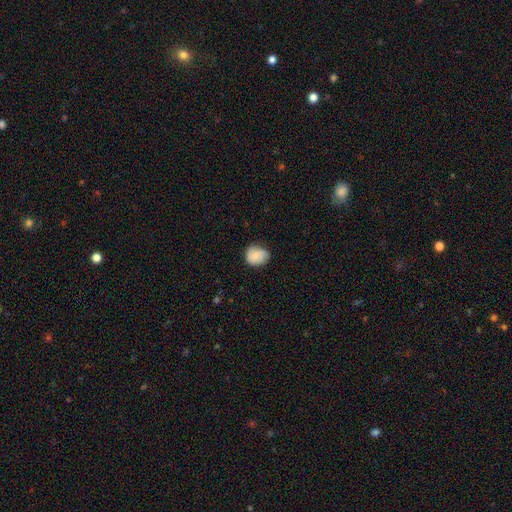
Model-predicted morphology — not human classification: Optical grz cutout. It shows a smooth galaxy with no disk features (68%) that is round (67%). Merging: none (65%).